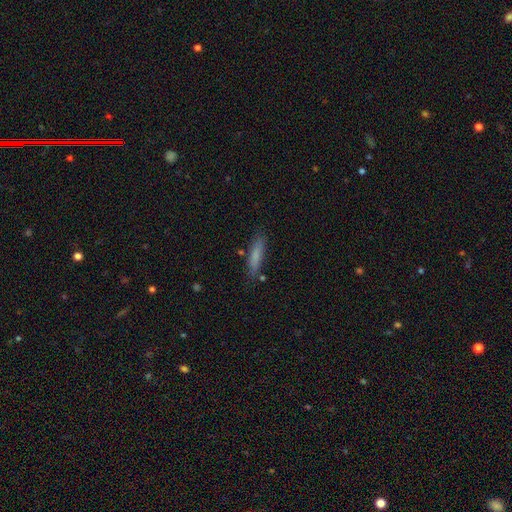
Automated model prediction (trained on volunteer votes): Smooth or featured?
  - smooth: 78% *
  - featured or disk: 15%
  - star or artifact: 8%
How rounded?
  - cigar-shaped: 79% *
  - in between: 20%
  - round: 2%
Merging?
  - none: 80% *
  - minor disturbance: 14%
  - merger: 3%
  - major disturbance: 3%